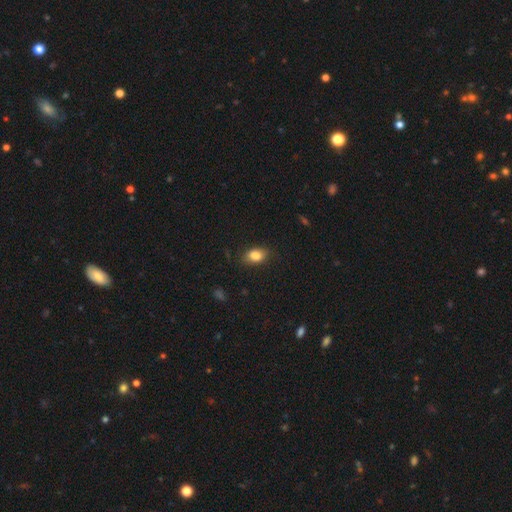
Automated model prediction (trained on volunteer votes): Smooth or featured?
  - smooth: 86% *
  - star or artifact: 8%
  - featured or disk: 6%
How rounded?
  - in between: 82% *
  - round: 15%
  - cigar-shaped: 2%
Merging?
  - none: 80% *
  - minor disturbance: 15%
  - major disturbance: 4%
  - merger: 1%